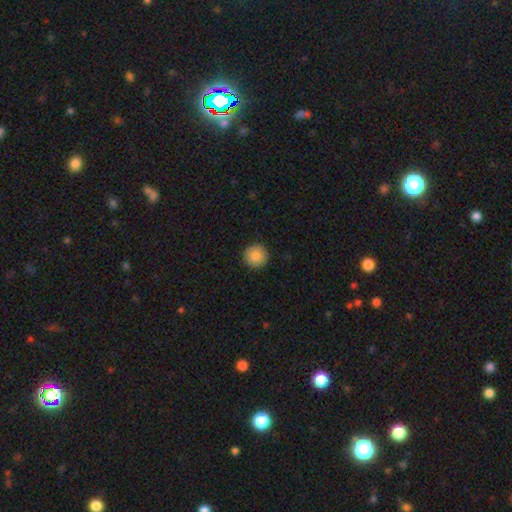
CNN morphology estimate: Q: Smooth or featured?
A: smooth (87%); runner-up: star or artifact (8%)
Q: How rounded?
A: round (96%); runner-up: in between (3%)
Q: Merging?
A: none (92%); runner-up: minor disturbance (6%)